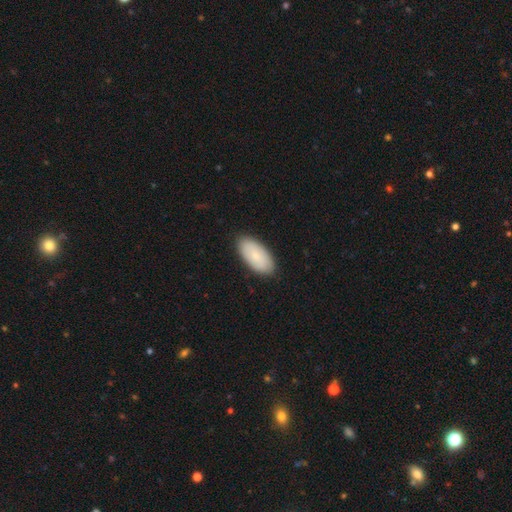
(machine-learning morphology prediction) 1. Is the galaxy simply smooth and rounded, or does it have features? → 77% smooth, 17% featured or disk, 6% star or artifact.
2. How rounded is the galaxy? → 94% in between, 4% cigar-shaped, 2% round.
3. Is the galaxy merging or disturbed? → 88% none, 9% minor disturbance, 2% major disturbance, 1% merger.